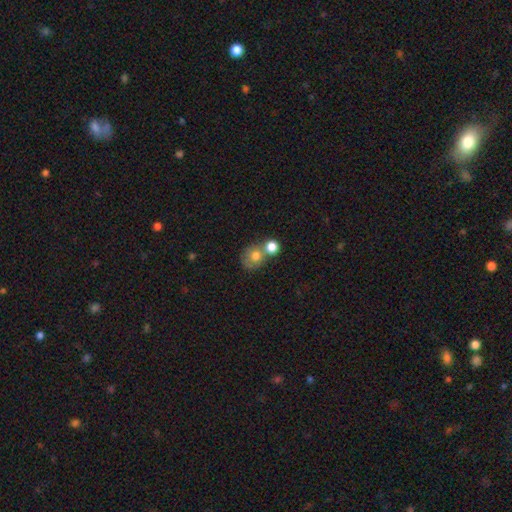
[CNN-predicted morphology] type=smooth (73%); roundness=round (76%); merging=merger (49%).